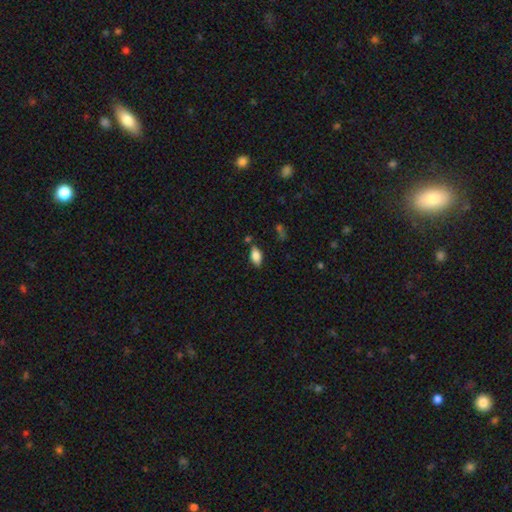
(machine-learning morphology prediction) A smooth galaxy with no disk features (83%) that is in between round and cigar-shaped (91%).

Vote fractions:
- Smooth or featured? smooth: 83% / featured or disk: 8% / star or artifact: 8%
- How rounded? in between: 91% / cigar-shaped: 6% / round: 3%
- Merging? none: 77% / minor disturbance: 14% / merger: 5% / major disturbance: 3%